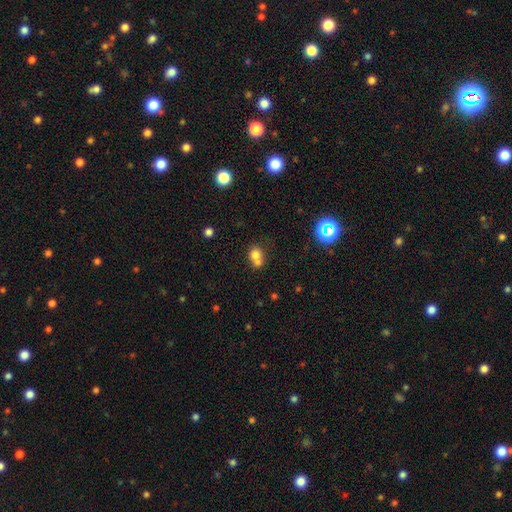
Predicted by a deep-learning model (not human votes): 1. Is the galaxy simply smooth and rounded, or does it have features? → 73% smooth, 14% star or artifact, 13% featured or disk.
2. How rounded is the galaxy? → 66% round, 33% in between, 1% cigar-shaped.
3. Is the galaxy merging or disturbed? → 54% merger, 33% none, 9% minor disturbance, 4% major disturbance.